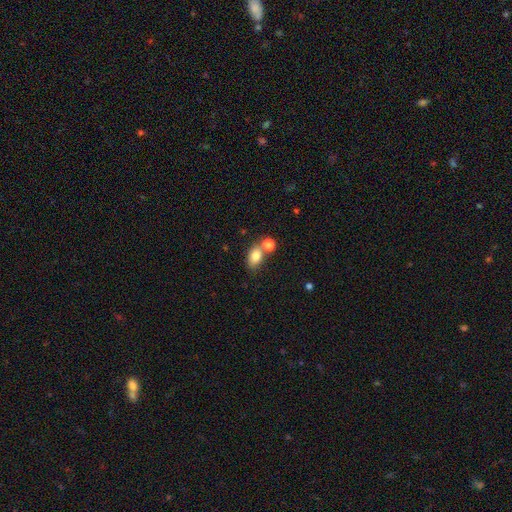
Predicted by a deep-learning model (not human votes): This appears to be a smooth galaxy with no disk features (81%) that is in between round and cigar-shaped (78%). Merging: none (50%).